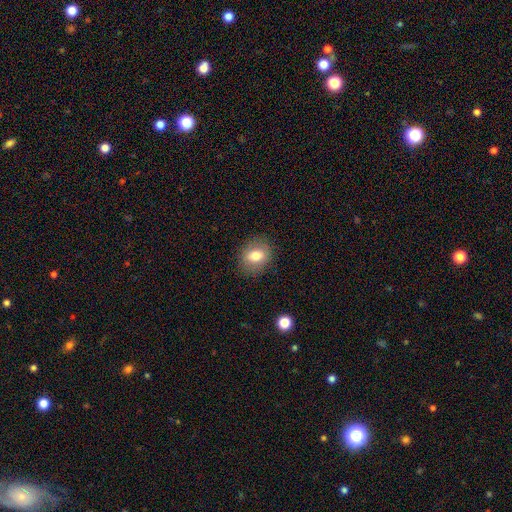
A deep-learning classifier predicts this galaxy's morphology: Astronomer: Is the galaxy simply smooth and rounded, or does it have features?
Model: smooth — 76%.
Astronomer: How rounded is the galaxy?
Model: round — 51% (runner-up: in between, 48%).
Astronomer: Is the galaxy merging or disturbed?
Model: none — 86%.